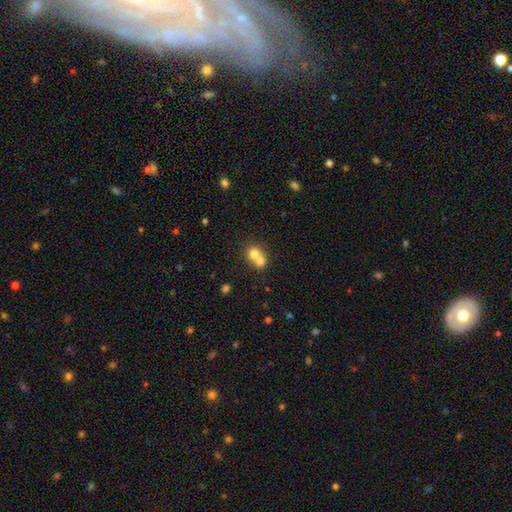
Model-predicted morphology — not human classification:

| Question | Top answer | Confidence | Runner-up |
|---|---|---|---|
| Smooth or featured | smooth | 72% | featured or disk (17%) |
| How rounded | round | 77% | in between (22%) |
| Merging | merger | 67% | none (26%) |